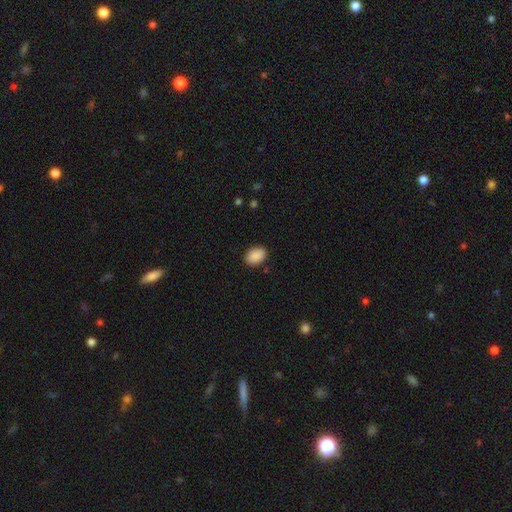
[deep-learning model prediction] Smooth or featured?
  - smooth: 90% *
  - star or artifact: 7%
  - featured or disk: 3%
How rounded?
  - in between: 81% *
  - round: 18%
  - cigar-shaped: 1%
Merging?
  - none: 87% *
  - minor disturbance: 10%
  - major disturbance: 2%
  - merger: 1%